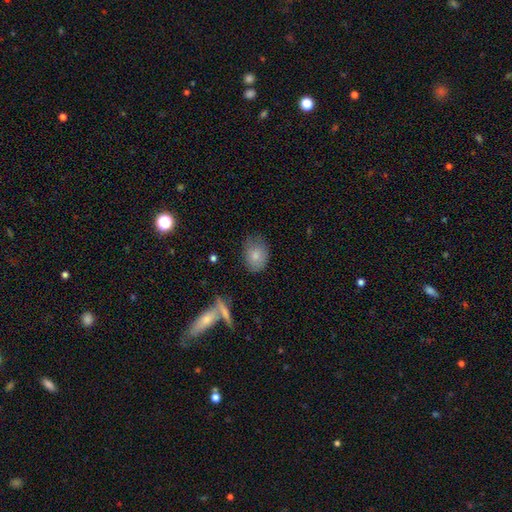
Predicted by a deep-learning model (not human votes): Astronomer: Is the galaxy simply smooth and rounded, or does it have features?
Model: smooth — 81%.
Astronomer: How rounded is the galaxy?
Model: in between — 70%.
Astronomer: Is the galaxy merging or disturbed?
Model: none — 68%.